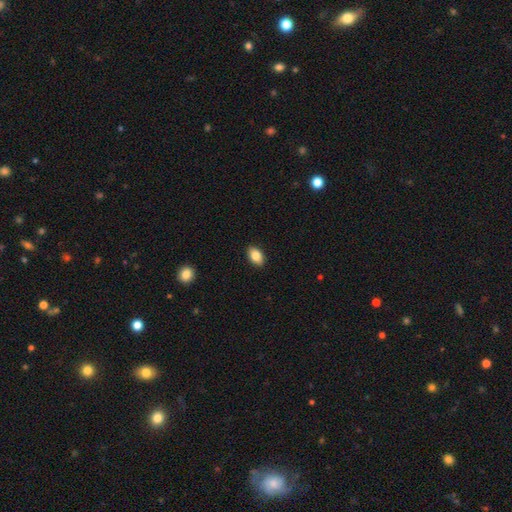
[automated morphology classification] smooth_or_featured: smooth (p=0.83) [alt: featured or disk p=0.09]
how_rounded: in between (p=0.89) [alt: round p=0.09]
merging: none (p=0.90) [alt: minor disturbance p=0.07]